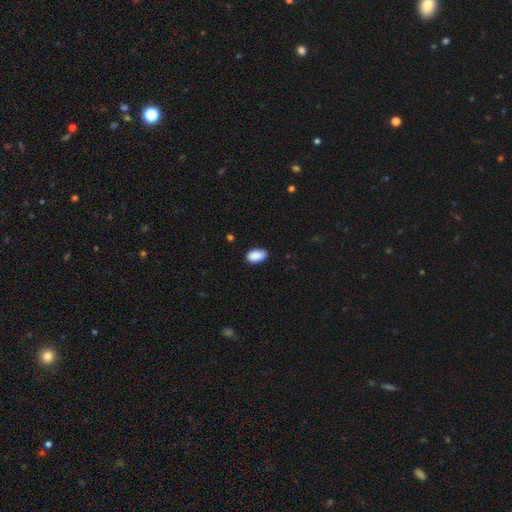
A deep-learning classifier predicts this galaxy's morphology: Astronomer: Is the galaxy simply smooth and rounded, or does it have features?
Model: smooth — 90%.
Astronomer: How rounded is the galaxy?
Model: in between — 94%.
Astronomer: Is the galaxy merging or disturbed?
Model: none — 86%.